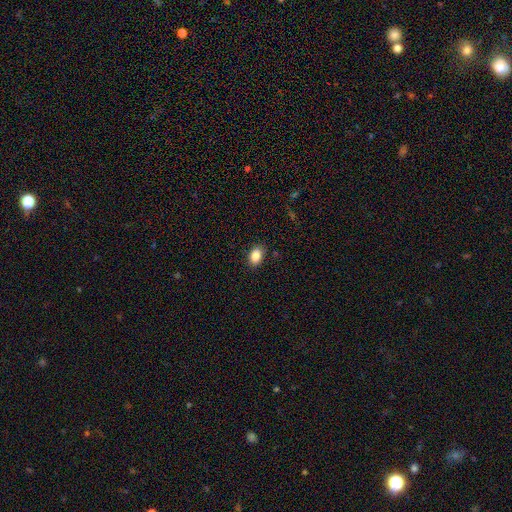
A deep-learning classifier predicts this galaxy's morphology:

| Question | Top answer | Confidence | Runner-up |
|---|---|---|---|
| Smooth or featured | smooth | 87% | star or artifact (9%) |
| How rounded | in between | 83% | round (16%) |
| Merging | none | 88% | minor disturbance (9%) |